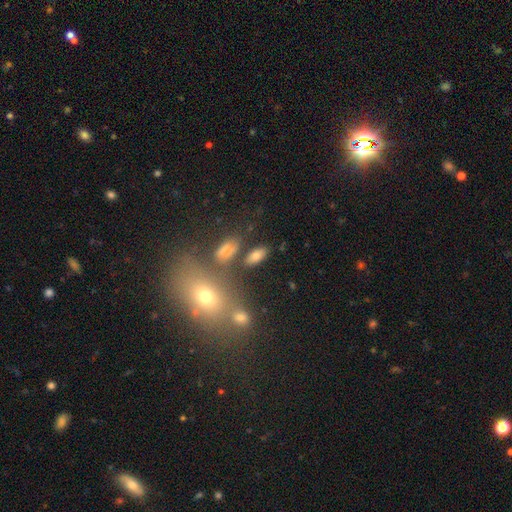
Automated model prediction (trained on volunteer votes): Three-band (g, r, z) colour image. It shows a smooth galaxy with no disk features (73%) that is in between round and cigar-shaped (85%). Merging: none (73%).